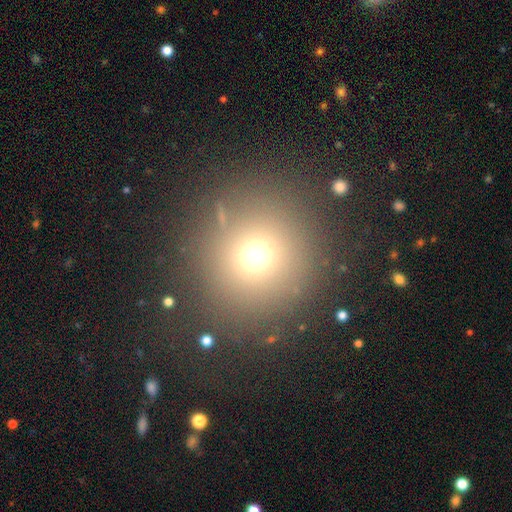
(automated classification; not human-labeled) Smooth or featured?
  - smooth: 66% *
  - star or artifact: 25%
  - featured or disk: 9%
How rounded?
  - round: 94% *
  - in between: 5%
  - cigar-shaped: 1%
Merging?
  - none: 85% *
  - minor disturbance: 7%
  - major disturbance: 4%
  - merger: 3%